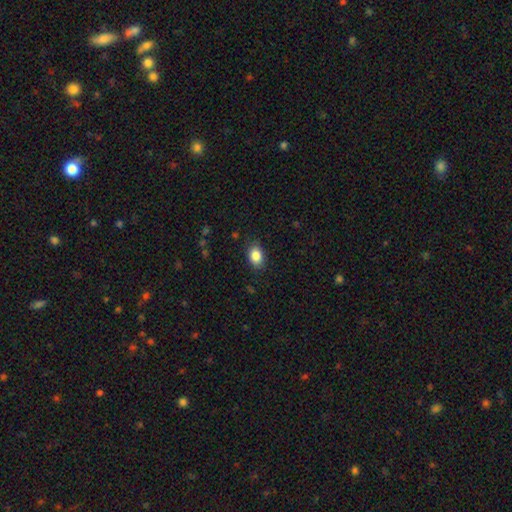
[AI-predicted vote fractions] Overall: smooth (86%). How rounded: in between (74%). Merging: none (84%).